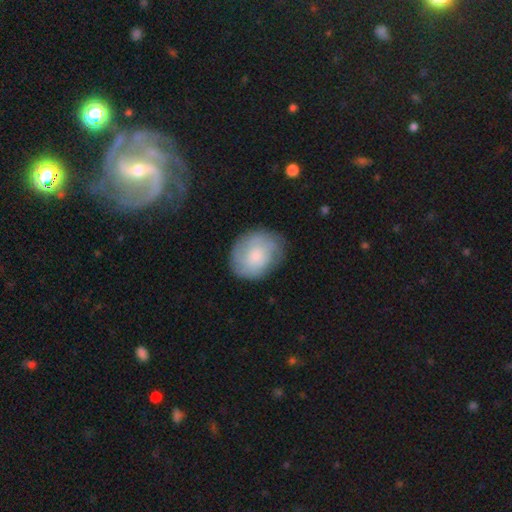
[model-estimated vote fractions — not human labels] A smooth galaxy with no disk features (49%). Merging: none (75%).